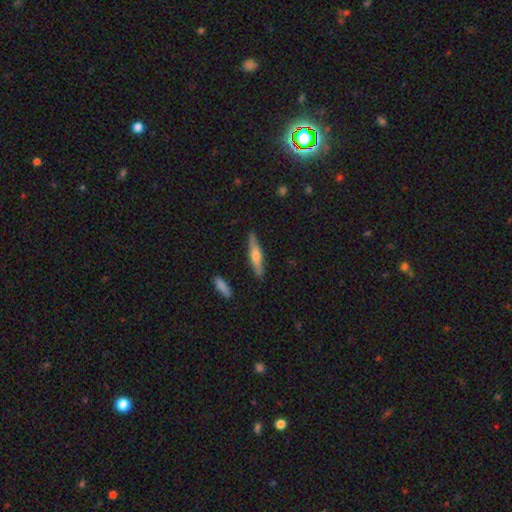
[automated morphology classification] Smooth or featured: featured or disk — 50% (smooth — 44%)
Edge-on disk: yes — 94% (no — 6%)
Merging: none — 87% (minor disturbance — 10%)